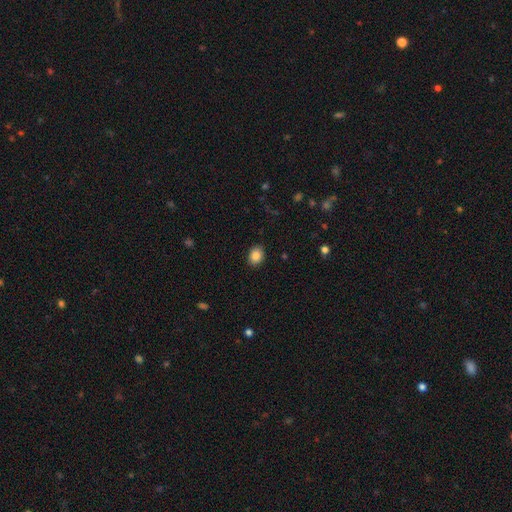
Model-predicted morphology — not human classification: smooth_or_featured: smooth (p=0.87) [alt: star or artifact p=0.09]
how_rounded: in between (p=0.60) [alt: round p=0.39]
merging: none (p=0.89) [alt: minor disturbance p=0.08]